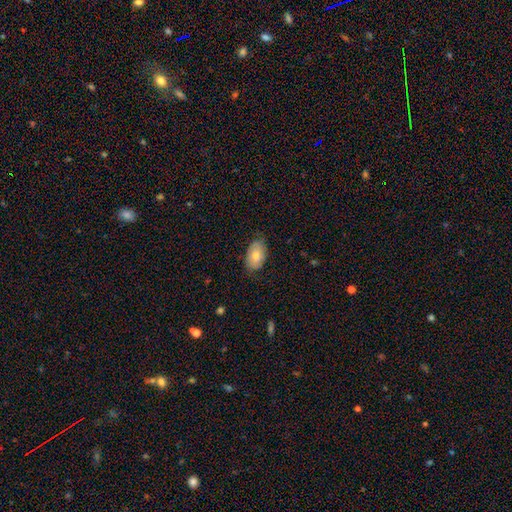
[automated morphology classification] Smooth or featured? smooth (71%)
How rounded? in between (91%)
Merging? none (75%)